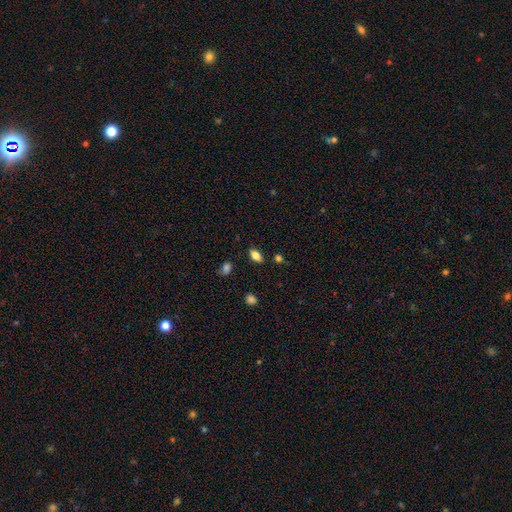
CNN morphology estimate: Smooth or featured: smooth — 79% (featured or disk — 11%)
How rounded: in between — 89% (round — 6%)
Merging: none — 84% (minor disturbance — 11%)